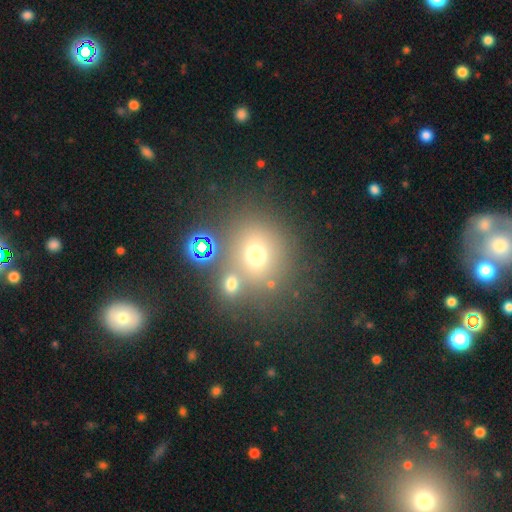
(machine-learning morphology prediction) Smooth or featured?
  - smooth: 64% *
  - star or artifact: 22%
  - featured or disk: 14%
How rounded?
  - round: 80% *
  - in between: 19%
  - cigar-shaped: 1%
Merging?
  - none: 63% *
  - merger: 21%
  - minor disturbance: 10%
  - major disturbance: 5%